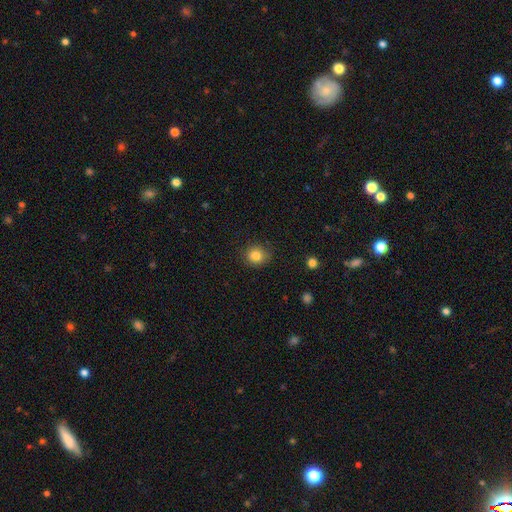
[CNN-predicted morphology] A smooth galaxy with no disk features (84%) that is round (82%).

Vote fractions:
- Smooth or featured? smooth: 84% / star or artifact: 11% / featured or disk: 6%
- How rounded? round: 82% / in between: 17% / cigar-shaped: 1%
- Merging? none: 83% / minor disturbance: 13% / major disturbance: 3% / merger: 1%